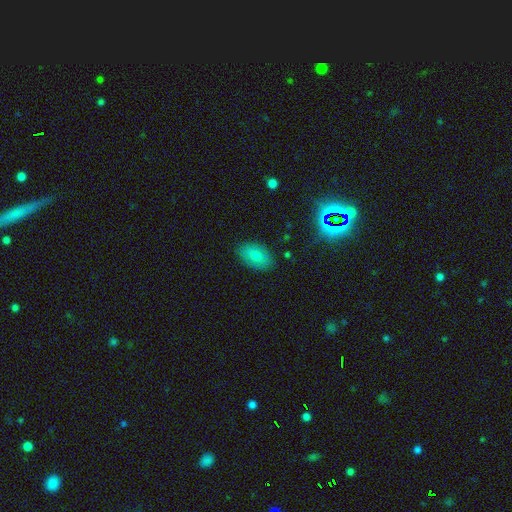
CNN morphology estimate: Smooth or featured? smooth (73%)
How rounded? in between (89%)
Merging? none (84%)